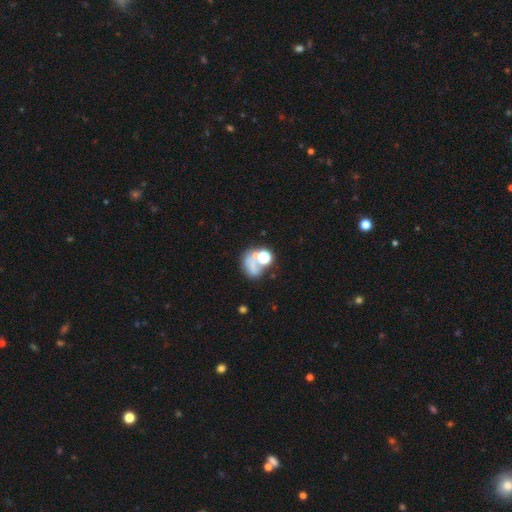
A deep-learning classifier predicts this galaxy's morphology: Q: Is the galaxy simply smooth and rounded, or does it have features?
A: smooth — 42%.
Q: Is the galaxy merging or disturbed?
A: none — 41%.